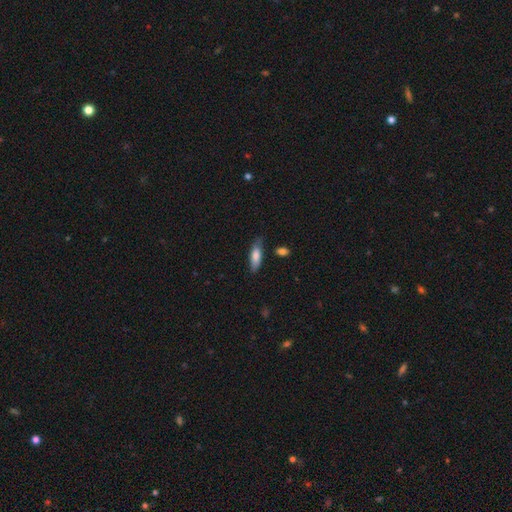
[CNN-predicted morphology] Smooth or featured? Predicted: smooth (p=0.75). How rounded? Predicted: in between (p=0.60). Merging? Predicted: none (p=0.69).